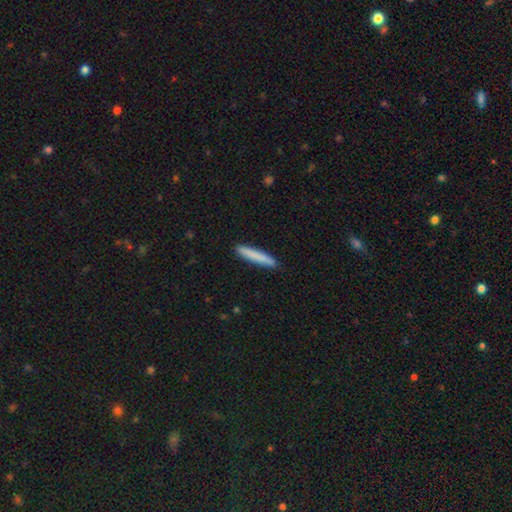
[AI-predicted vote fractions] Smooth or featured: smooth — 82% (featured or disk — 13%)
How rounded: cigar-shaped — 95% (in between — 4%)
Merging: none — 91% (minor disturbance — 6%)